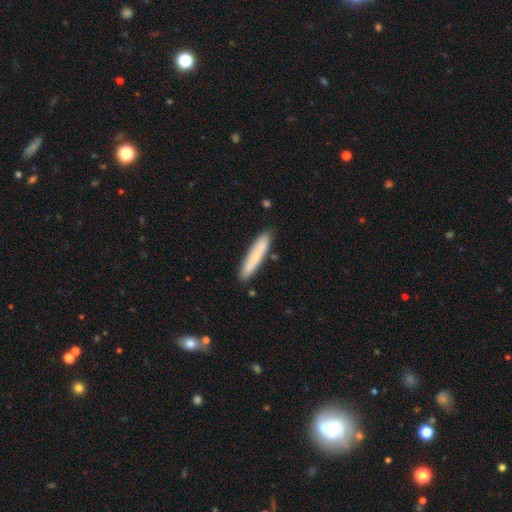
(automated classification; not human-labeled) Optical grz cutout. It shows a smooth galaxy with no disk features (73%) that is cigar-shaped (91%). Merging: none (85%).